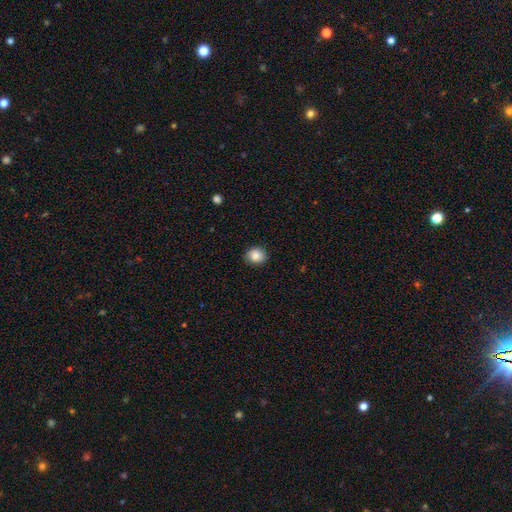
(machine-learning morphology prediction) Smooth or featured?
  - smooth: 83% *
  - star or artifact: 9%
  - featured or disk: 8%
How rounded?
  - round: 72% *
  - in between: 28%
  - cigar-shaped: 1%
Merging?
  - none: 87% *
  - minor disturbance: 10%
  - major disturbance: 2%
  - merger: 1%